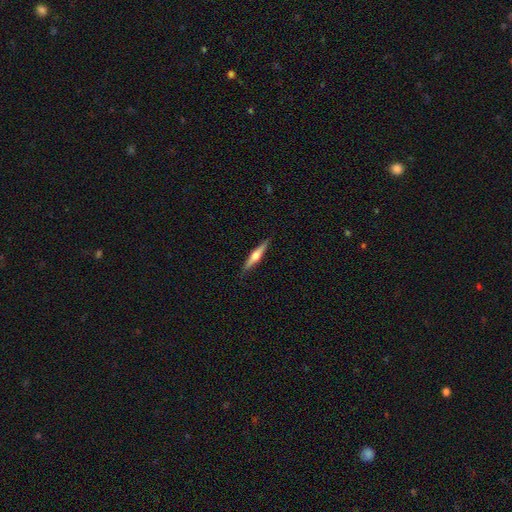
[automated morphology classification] Q: Smooth or featured?
A: featured or disk (64%); runner-up: smooth (30%)
Q: Edge-on disk?
A: yes (97%); runner-up: no (3%)
Q: Edge-on bulge?
A: rounded (90%); runner-up: boxy (5%)
Q: Merging?
A: none (90%); runner-up: minor disturbance (8%)